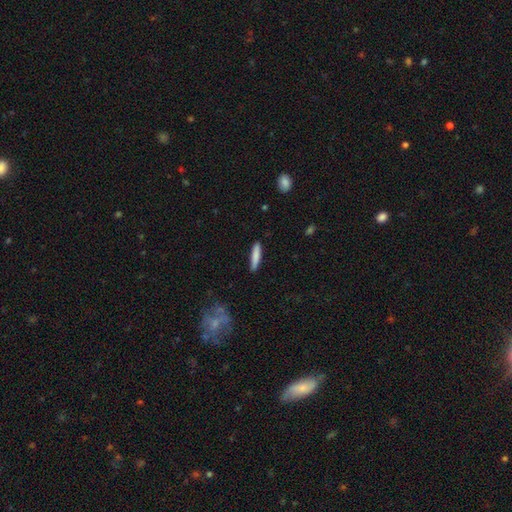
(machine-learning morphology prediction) Smooth or featured? Predicted: smooth (p=0.81). How rounded? Predicted: cigar-shaped (p=0.89). Merging? Predicted: none (p=0.87).